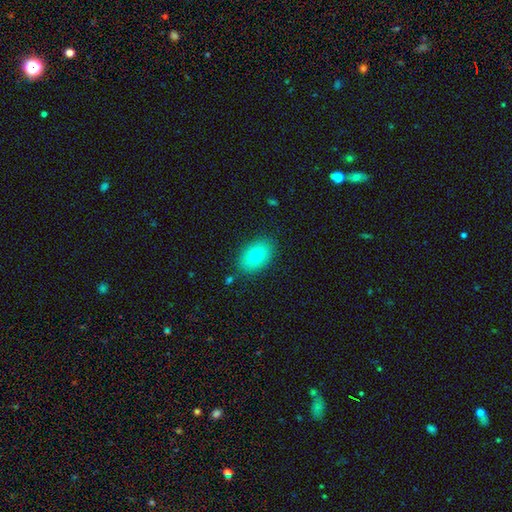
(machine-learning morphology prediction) Q: Smooth or featured?
A: smooth (75%); runner-up: featured or disk (16%)
Q: How rounded?
A: in between (84%); runner-up: round (15%)
Q: Merging?
A: none (84%); runner-up: minor disturbance (11%)